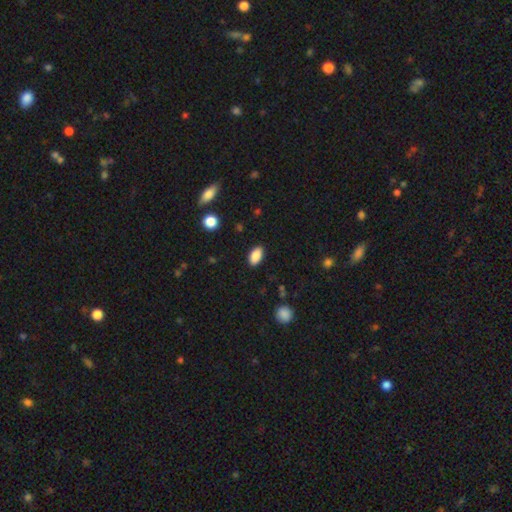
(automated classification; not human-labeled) Smooth or featured?
  - smooth: 88% *
  - star or artifact: 8%
  - featured or disk: 5%
How rounded?
  - in between: 92% *
  - round: 4%
  - cigar-shaped: 3%
Merging?
  - none: 88% *
  - minor disturbance: 8%
  - major disturbance: 2%
  - merger: 1%